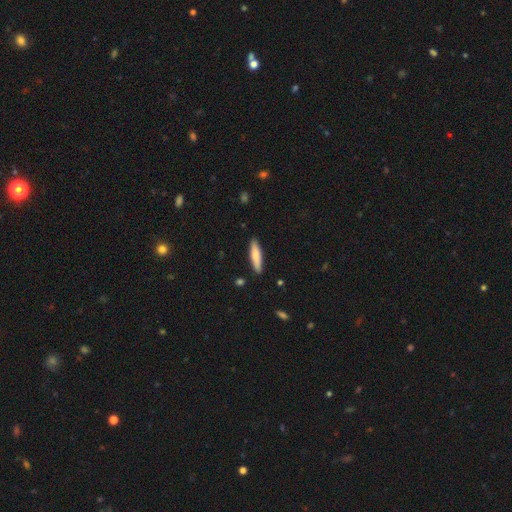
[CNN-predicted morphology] Smooth or featured?
  - smooth: 76% *
  - featured or disk: 18%
  - star or artifact: 5%
How rounded?
  - cigar-shaped: 80% *
  - in between: 19%
  - round: 1%
Merging?
  - none: 88% *
  - minor disturbance: 9%
  - major disturbance: 2%
  - merger: 1%